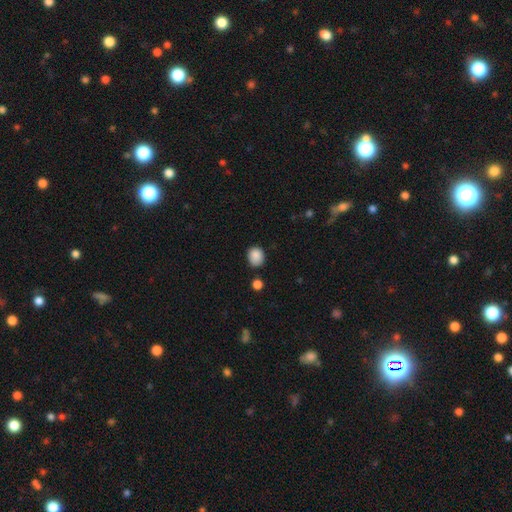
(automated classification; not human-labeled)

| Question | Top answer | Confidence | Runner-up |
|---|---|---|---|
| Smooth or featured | smooth | 87% | star or artifact (9%) |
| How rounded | round | 57% | in between (43%) |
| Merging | none | 76% | minor disturbance (18%) |